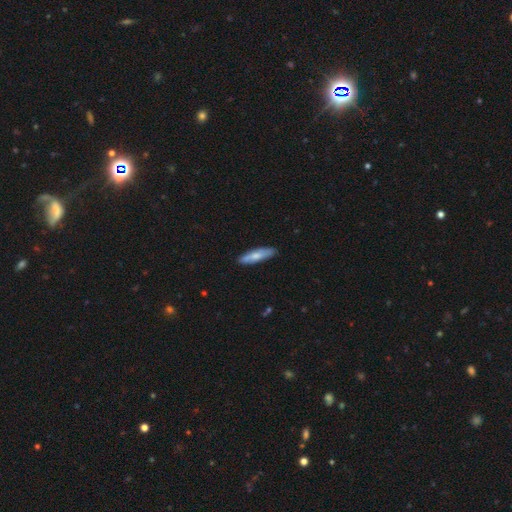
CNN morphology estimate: Overall: smooth (68%). How rounded: cigar-shaped (76%). Merging: none (86%).